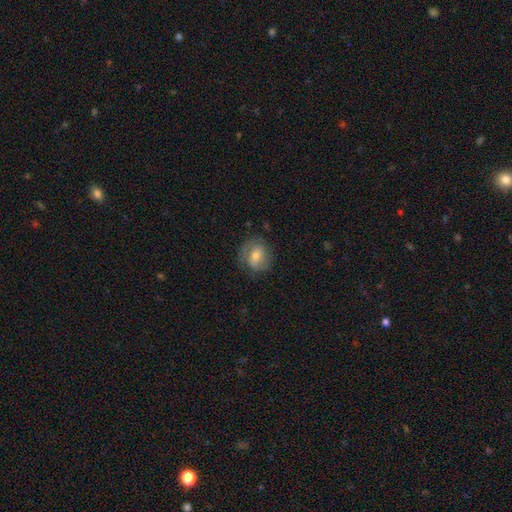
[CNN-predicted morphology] Q: Smooth or featured?
A: featured or disk (53%); runner-up: smooth (38%)
Q: Edge-on disk?
A: no (96%); runner-up: yes (4%)
Q: Bar?
A: no (45%); runner-up: weak (41%)
Q: Spiral arms?
A: yes (78%); runner-up: no (22%)
Q: Bulge size?
A: moderate (56%); runner-up: small (37%)
Q: Merging?
A: none (72%); runner-up: minor disturbance (18%)